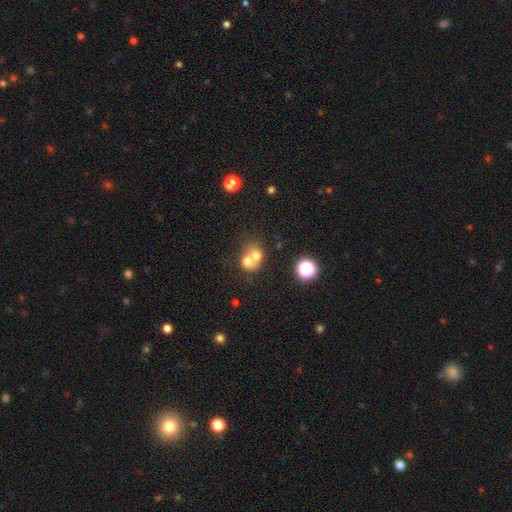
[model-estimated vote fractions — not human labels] smooth_or_featured: smooth (p=0.65) [alt: featured or disk p=0.22]
how_rounded: round (p=0.67) [alt: in between p=0.32]
merging: merger (p=0.69) [alt: none p=0.22]